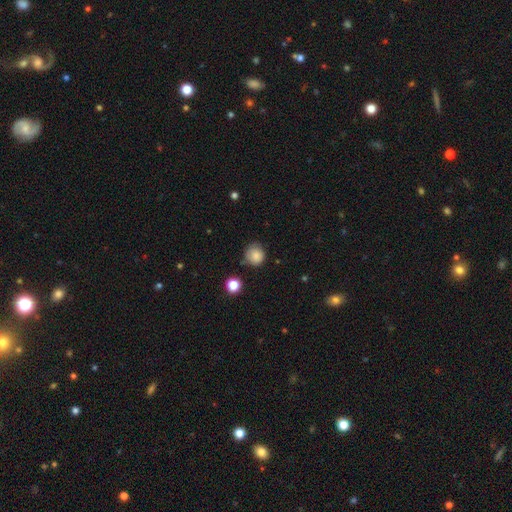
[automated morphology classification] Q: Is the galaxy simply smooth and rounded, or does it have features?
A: smooth — 82%.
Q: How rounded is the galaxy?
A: round — 88%.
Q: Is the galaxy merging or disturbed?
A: none — 69%.